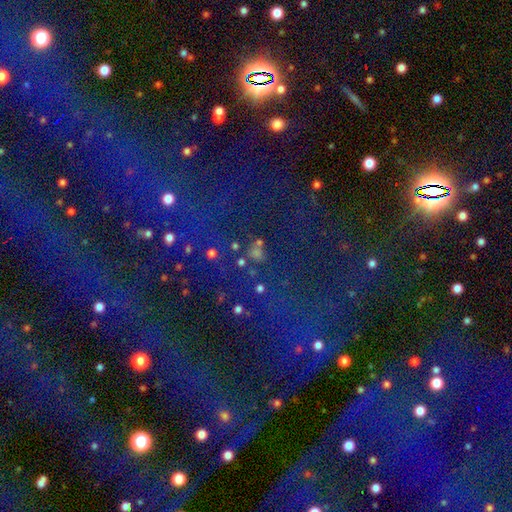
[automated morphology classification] A star or artifact, not a galaxy (78%).

Vote fractions:
- Smooth or featured? star or artifact: 78% / smooth: 14% / featured or disk: 9%